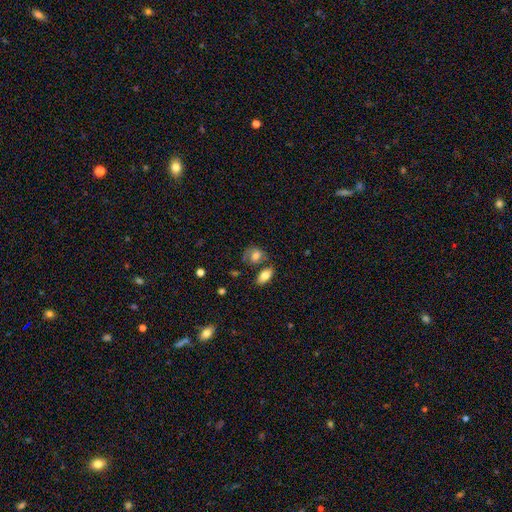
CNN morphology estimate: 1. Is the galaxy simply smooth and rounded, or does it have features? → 68% smooth, 23% featured or disk, 9% star or artifact.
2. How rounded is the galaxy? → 69% in between, 29% round, 2% cigar-shaped.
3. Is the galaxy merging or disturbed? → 42% none, 22% merger, 22% minor disturbance, 14% major disturbance.